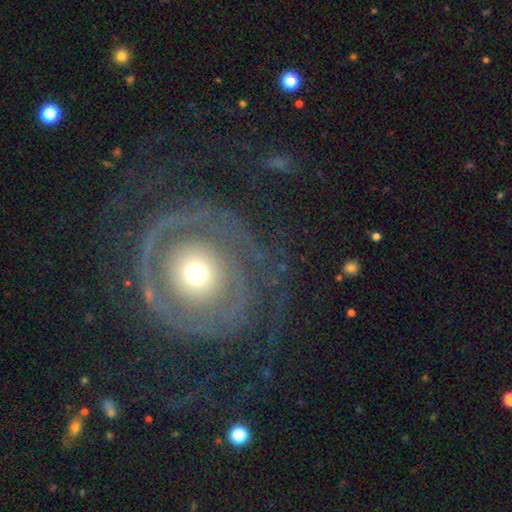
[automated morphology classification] smooth_or_featured: featured or disk (p=0.81) [alt: smooth p=0.13]
disk_edge_on: no (p=0.97) [alt: yes p=0.03]
bar: no (p=0.86) [alt: weak p=0.10]
has_spiral_arms: yes (p=0.79) [alt: no p=0.21]
spiral_winding: tight (p=0.70) [alt: medium p=0.20]
spiral_arm_count: 2 (p=0.33) [alt: can't tell p=0.27]
bulge_size: moderate (p=0.57) [alt: small p=0.28]
merging: none (p=0.66) [alt: major disturbance p=0.19]